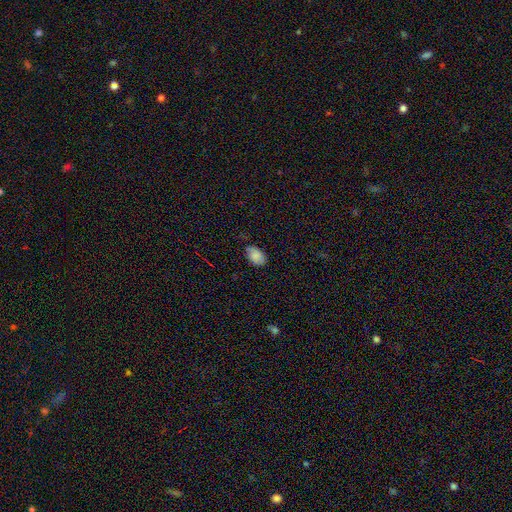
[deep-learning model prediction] This appears to be a smooth galaxy with no disk features (85%) that is in between round and cigar-shaped (88%). Merging: none (66%).